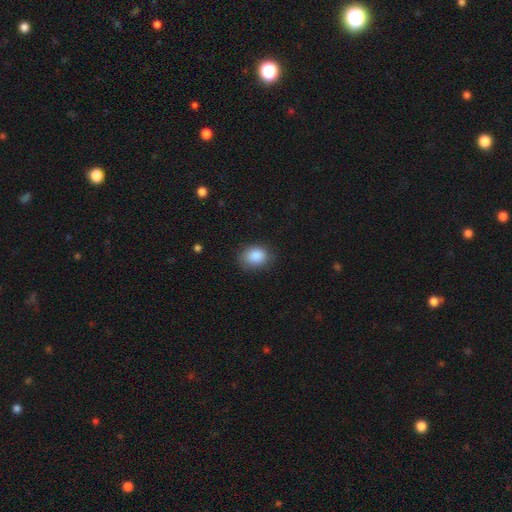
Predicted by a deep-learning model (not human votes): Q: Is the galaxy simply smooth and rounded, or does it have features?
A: smooth — 87%.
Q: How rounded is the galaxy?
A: in between — 57%.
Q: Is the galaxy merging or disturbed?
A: none — 79%.